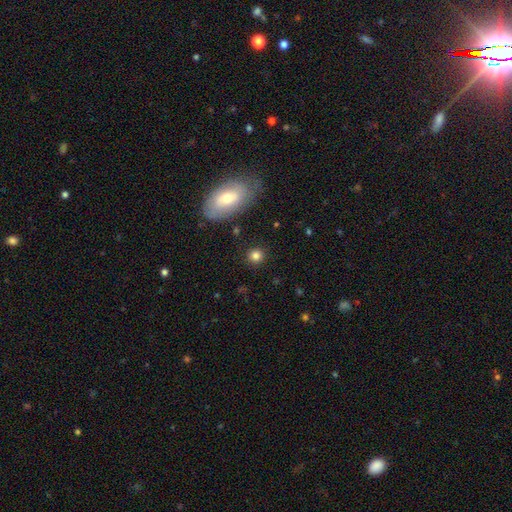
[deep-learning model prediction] smooth_or_featured: smooth (p=0.82) [alt: star or artifact p=0.11]
how_rounded: round (p=0.86) [alt: in between p=0.12]
merging: none (p=0.88) [alt: minor disturbance p=0.07]